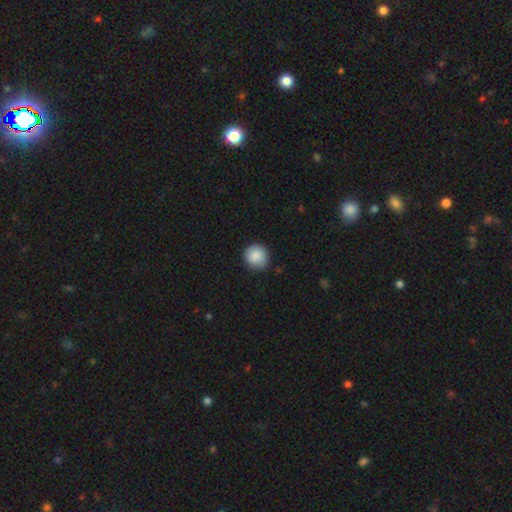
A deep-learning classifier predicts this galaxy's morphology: A smooth galaxy with no disk features (87%) that is round (90%).

Vote fractions:
- Smooth or featured? smooth: 87% / star or artifact: 8% / featured or disk: 5%
- How rounded? round: 90% / in between: 9% / cigar-shaped: 1%
- Merging? none: 84% / minor disturbance: 12% / major disturbance: 2% / merger: 1%